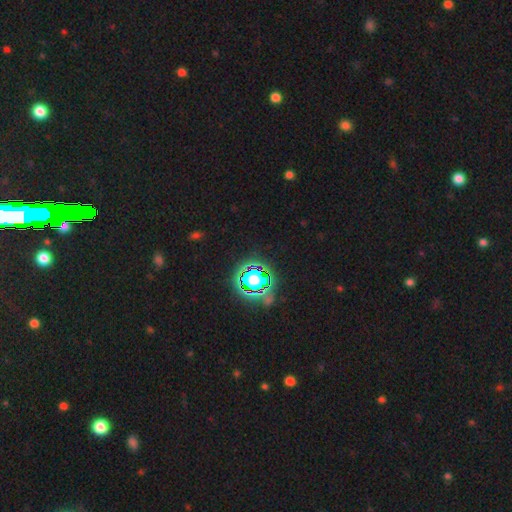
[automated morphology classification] Overall: star or artifact (83%).